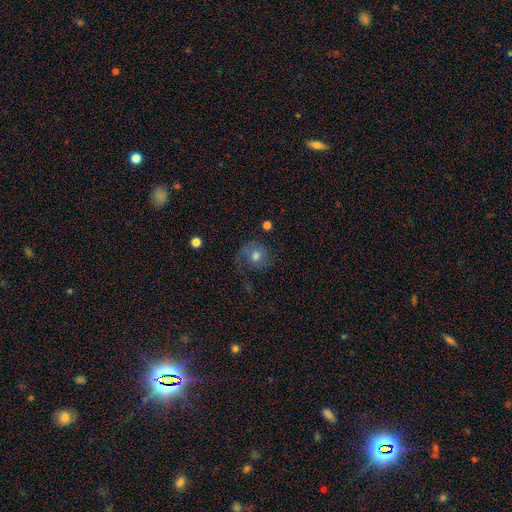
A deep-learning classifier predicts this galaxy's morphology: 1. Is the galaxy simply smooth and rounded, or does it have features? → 45% smooth, 44% featured or disk, 11% star or artifact.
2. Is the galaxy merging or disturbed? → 50% none, 28% major disturbance, 20% minor disturbance, 3% merger.